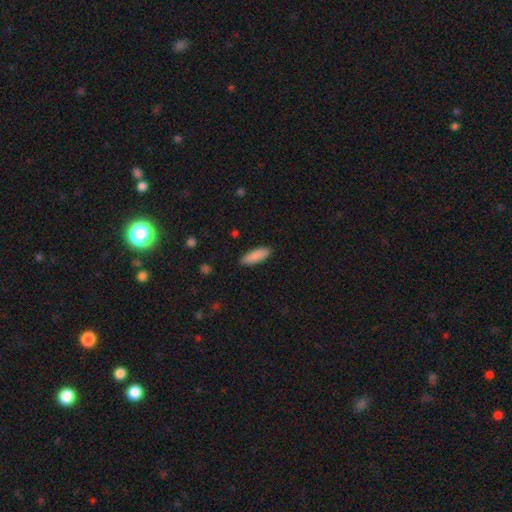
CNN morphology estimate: A smooth galaxy with no disk features (89%) that is in between round and cigar-shaped (61%).

Vote fractions:
- Smooth or featured? smooth: 89% / star or artifact: 6% / featured or disk: 5%
- How rounded? in between: 61% / cigar-shaped: 37% / round: 2%
- Merging? none: 89% / minor disturbance: 8% / major disturbance: 2% / merger: 1%